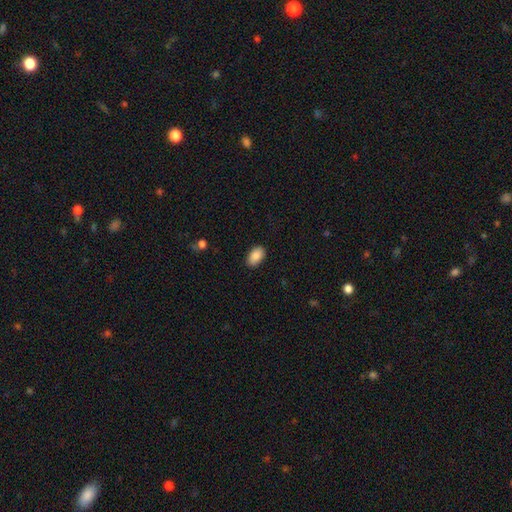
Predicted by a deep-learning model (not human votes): This is clearly a smooth galaxy (89%). How rounded: clearly in between (92%). Merging: clearly none (87%).